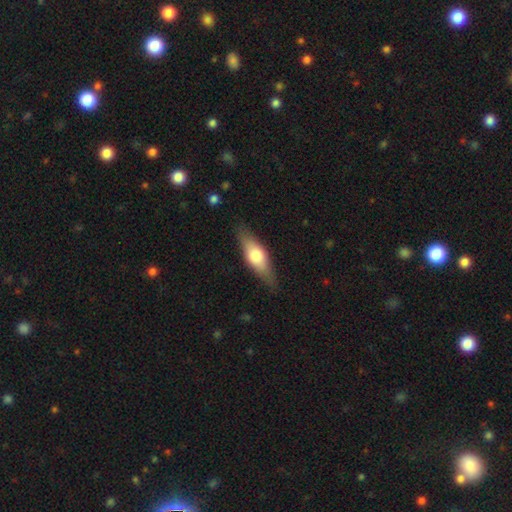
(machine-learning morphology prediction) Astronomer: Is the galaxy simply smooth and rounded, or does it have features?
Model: smooth — 61%.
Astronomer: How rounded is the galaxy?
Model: in between — 59% (runner-up: cigar-shaped, 38%).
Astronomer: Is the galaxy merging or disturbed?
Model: none — 80%.